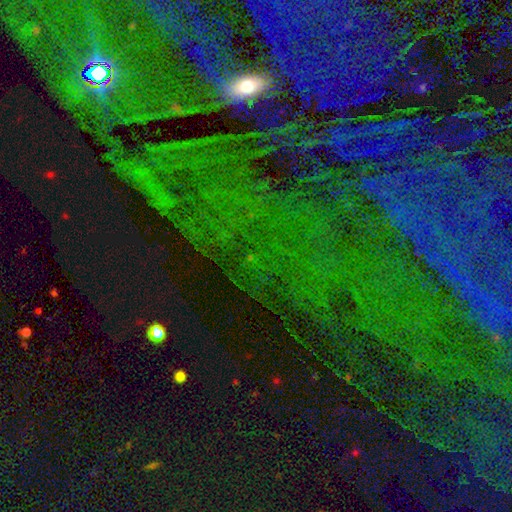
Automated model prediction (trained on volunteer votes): Overall: star or artifact (80%).